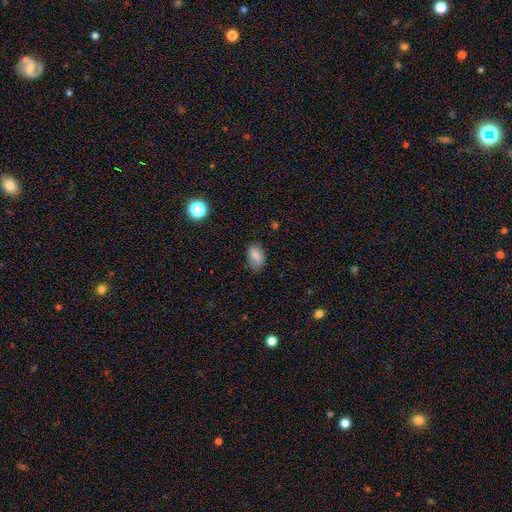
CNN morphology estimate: smooth 83%, star or artifact 9%, featured or disk 8%. Down the decision tree: how rounded — in between (89%); merging — none (74%).